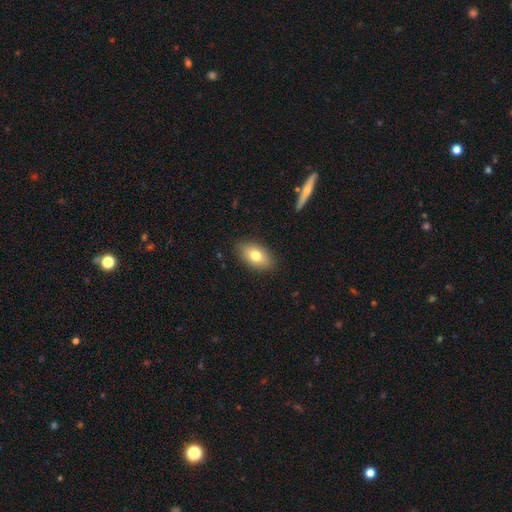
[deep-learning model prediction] This appears to be a smooth galaxy with no disk features (77%) that is in between round and cigar-shaped (90%). Merging: none (87%).